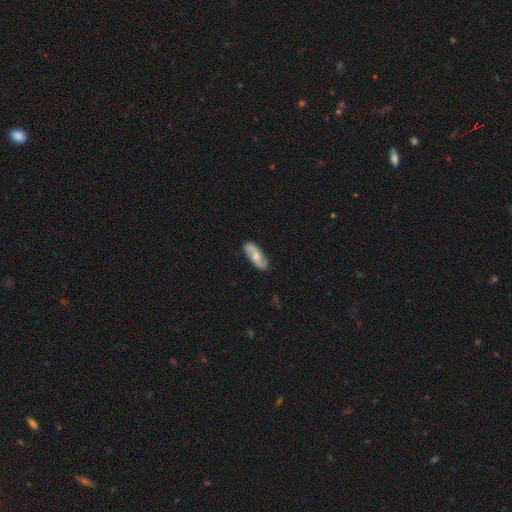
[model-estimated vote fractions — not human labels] featured or disk 56%, smooth 39%, star or artifact 5%. Down the decision tree: edge-on disk — no (88%); merging — none (85%).